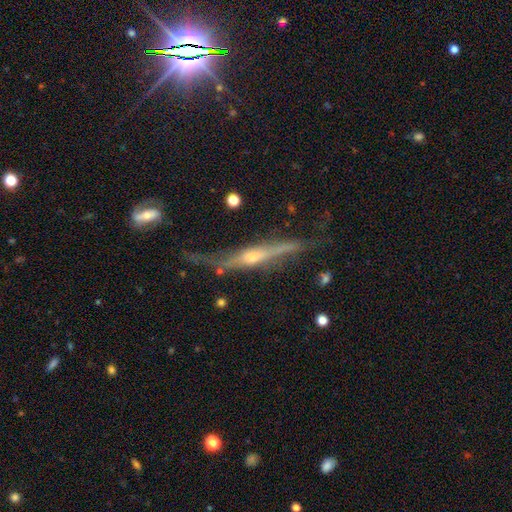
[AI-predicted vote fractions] smooth_or_featured: featured or disk (p=0.78) [alt: smooth p=0.14]
disk_edge_on: yes (p=0.94) [alt: no p=0.06]
edge_on_bulge: rounded (p=0.79) [alt: none p=0.14]
merging: none (p=0.63) [alt: minor disturbance p=0.24]